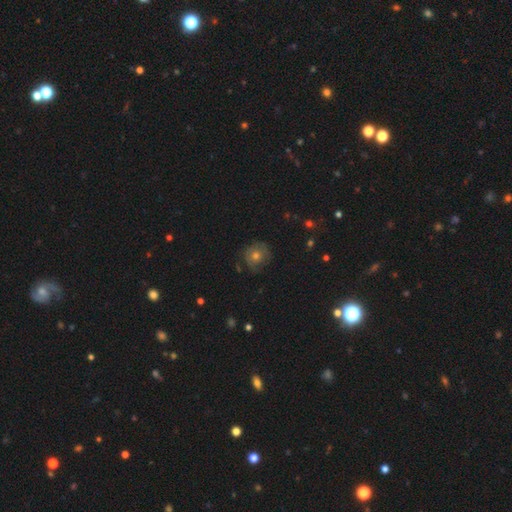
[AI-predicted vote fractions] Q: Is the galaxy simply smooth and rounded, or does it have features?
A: smooth — 49%.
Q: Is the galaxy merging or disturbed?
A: none — 79%.